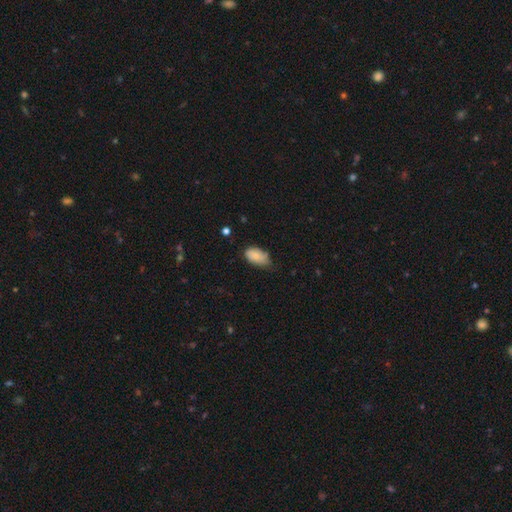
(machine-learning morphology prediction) Smooth or featured?
  - smooth: 83% *
  - featured or disk: 10%
  - star or artifact: 7%
How rounded?
  - in between: 93% *
  - round: 4%
  - cigar-shaped: 2%
Merging?
  - none: 48% *
  - minor disturbance: 42%
  - major disturbance: 8%
  - merger: 2%